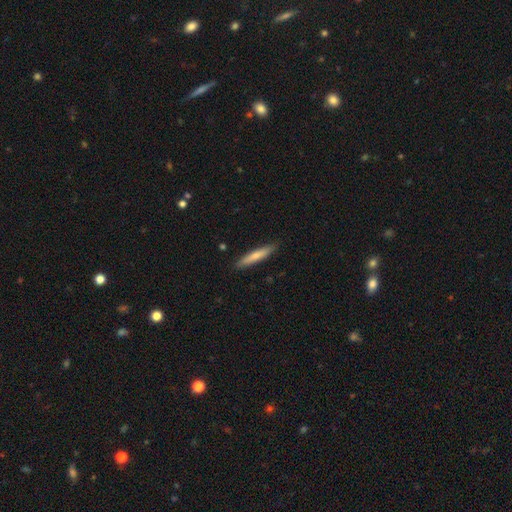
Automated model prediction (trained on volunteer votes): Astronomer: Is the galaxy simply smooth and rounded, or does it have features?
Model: smooth — 70%.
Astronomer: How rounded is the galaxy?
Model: cigar-shaped — 90%.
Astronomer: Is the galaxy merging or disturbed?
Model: none — 89%.